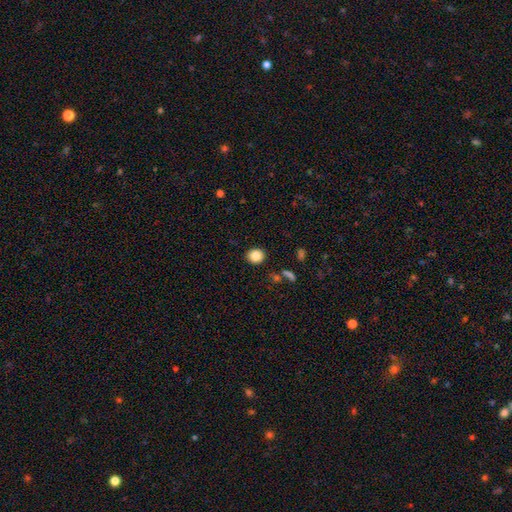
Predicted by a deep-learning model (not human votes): smooth-or-featured: smooth: 84% | star or artifact: 10% | featured or disk: 6%
  how-rounded: round: 76% | in between: 23% | cigar-shaped: 1%
  merging: none: 90% | minor disturbance: 6% | major disturbance: 2% | merger: 2%